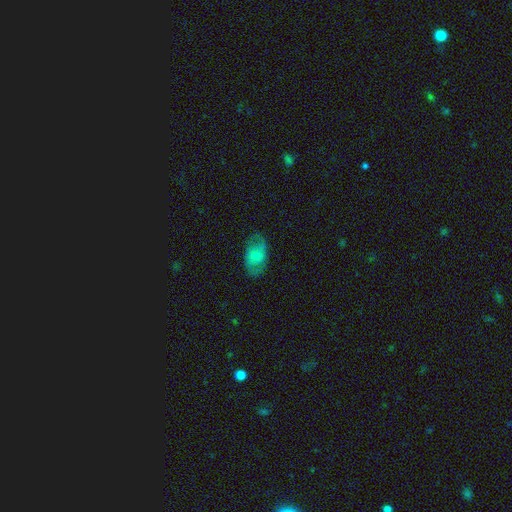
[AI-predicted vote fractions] smooth-or-featured: smooth: 50% | featured or disk: 42% | star or artifact: 7%
  how-rounded: in between: 87% | round: 10% | cigar-shaped: 2%
  merging: none: 74% | minor disturbance: 18% | major disturbance: 7% | merger: 1%